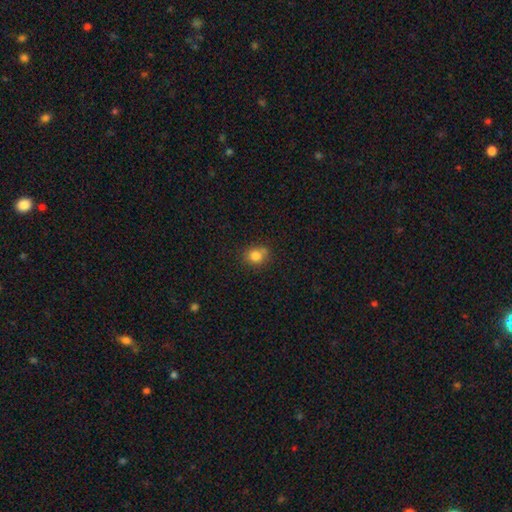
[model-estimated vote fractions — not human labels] smooth_or_featured: smooth (p=0.83) [alt: star or artifact p=0.11]
how_rounded: round (p=0.65) [alt: in between p=0.34]
merging: none (p=0.70) [alt: minor disturbance p=0.20]